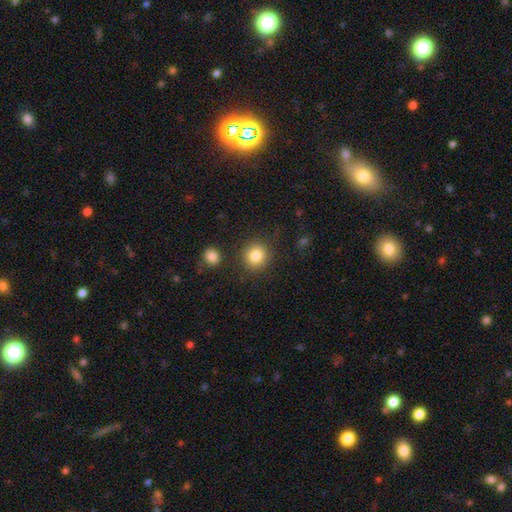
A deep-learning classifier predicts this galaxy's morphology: Smooth or featured? Predicted: smooth (p=0.84). How rounded? Predicted: round (p=0.89). Merging? Predicted: none (p=0.86).